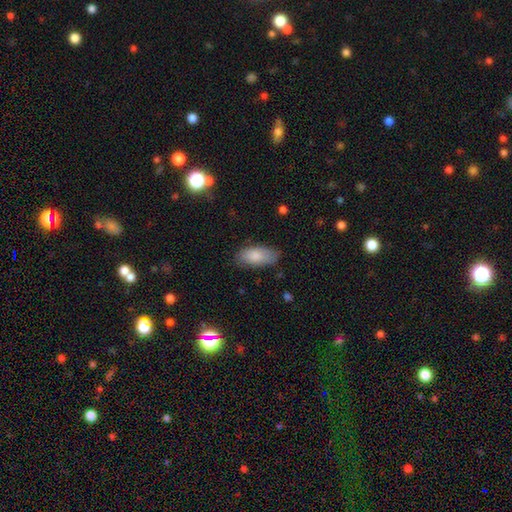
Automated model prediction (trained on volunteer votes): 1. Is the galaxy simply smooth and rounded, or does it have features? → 84% smooth, 10% featured or disk, 6% star or artifact.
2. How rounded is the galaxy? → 89% in between, 9% cigar-shaped, 2% round.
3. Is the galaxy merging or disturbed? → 75% none, 19% minor disturbance, 4% major disturbance, 1% merger.